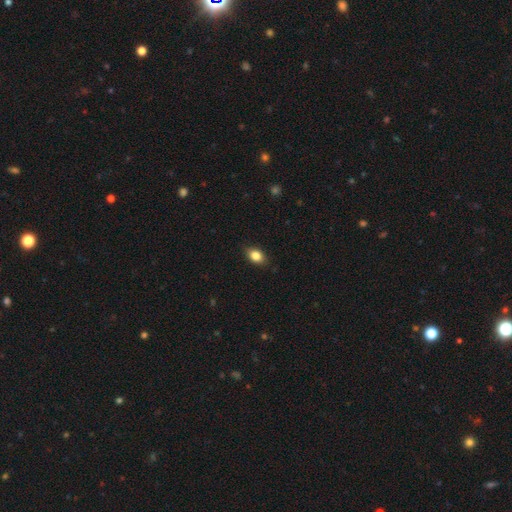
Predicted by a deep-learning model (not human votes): Smooth or featured? Predicted: smooth (p=0.84). How rounded? Predicted: in between (p=0.77). Merging? Predicted: none (p=0.86).